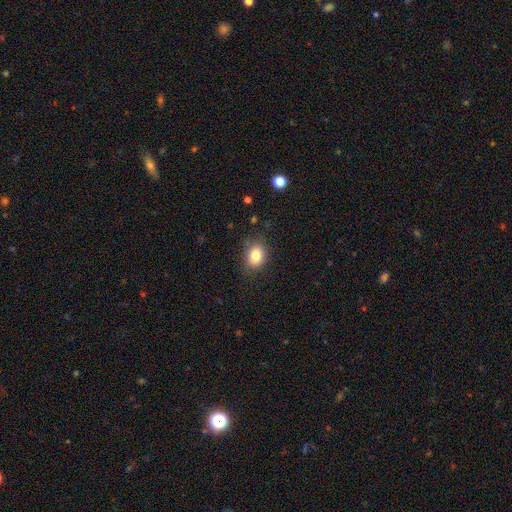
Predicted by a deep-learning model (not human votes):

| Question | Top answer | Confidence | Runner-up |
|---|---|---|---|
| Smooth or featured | smooth | 83% | star or artifact (9%) |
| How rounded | in between | 64% | round (35%) |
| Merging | none | 81% | minor disturbance (14%) |